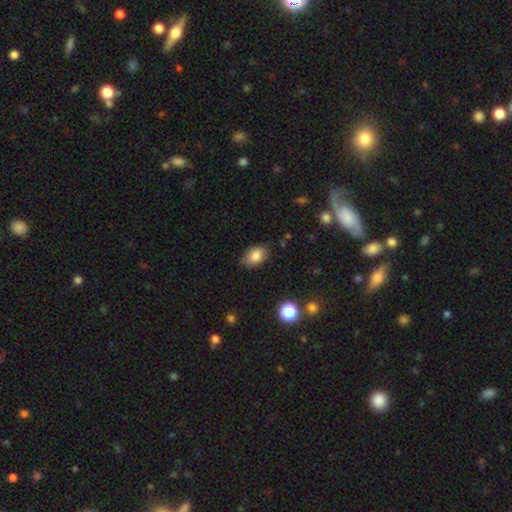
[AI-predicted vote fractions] Morphology: type=smooth (84%); roundness=in between (83%); merging=none (78%).